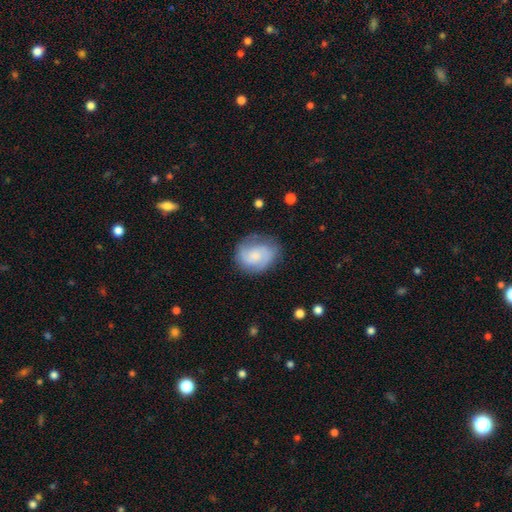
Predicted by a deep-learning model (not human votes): This appears to be a featured or disk galaxy (62%) with no bar (64%), 2 (69%) medium (45%) spiral arms (92%) and a small central bulge (46%). Merging: none (73%).